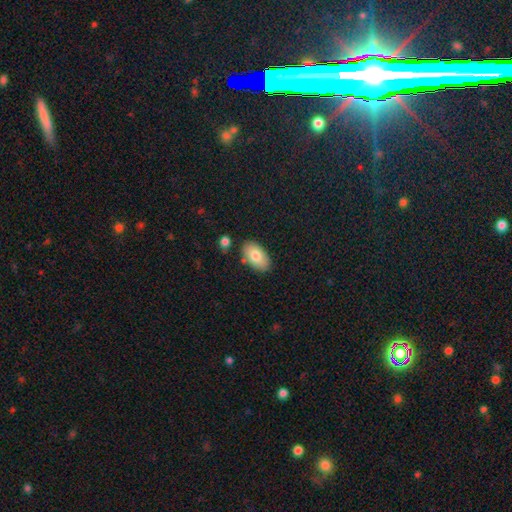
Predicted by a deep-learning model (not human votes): This is likely a smooth galaxy (80%). How rounded: clearly in between (94%). Merging: clearly none (81%).